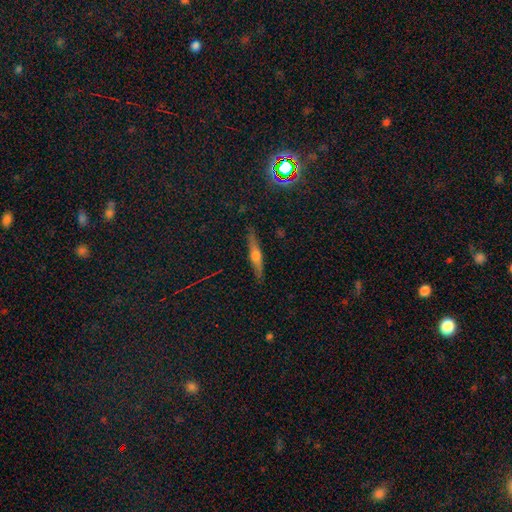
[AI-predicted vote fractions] The model was most divided on "smooth or featured": featured or disk: 59%, smooth: 33%, star or artifact: 8%. More confident: edge-on disk — yes (95%); edge-on bulge — rounded (88%); merging — none (87%).